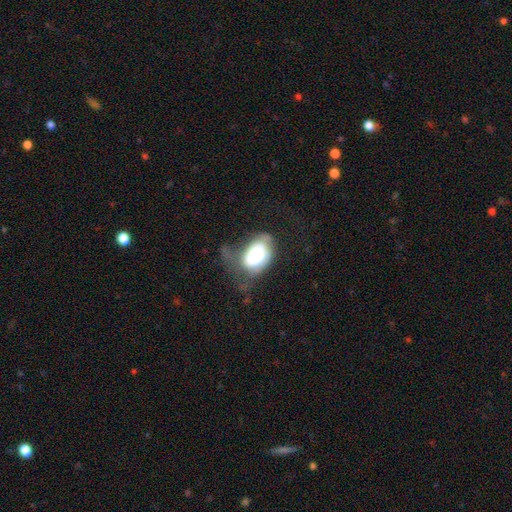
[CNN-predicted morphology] Q: Smooth or featured?
A: smooth (61%); runner-up: featured or disk (31%)
Q: How rounded?
A: in between (85%); runner-up: round (14%)
Q: Merging?
A: major disturbance (46%); runner-up: minor disturbance (30%)